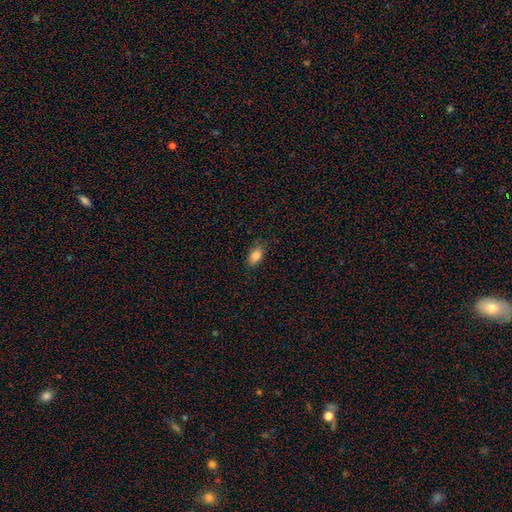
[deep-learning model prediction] Smooth or featured? Predicted: smooth (p=0.85). How rounded? Predicted: in between (p=0.89). Merging? Predicted: none (p=0.80).